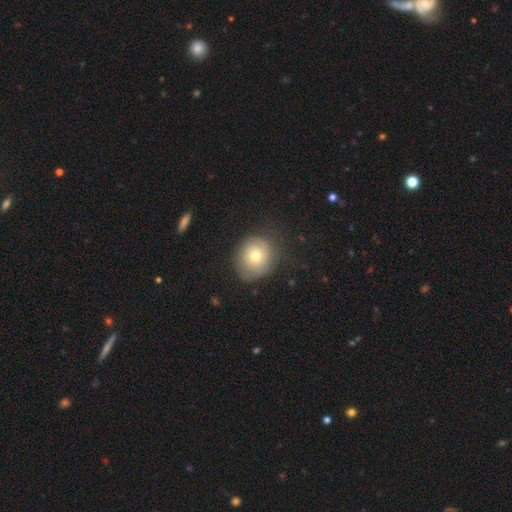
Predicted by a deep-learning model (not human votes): Smooth or featured: smooth — 71% (featured or disk — 19%)
How rounded: round — 79% (in between — 20%)
Merging: none — 72% (minor disturbance — 20%)